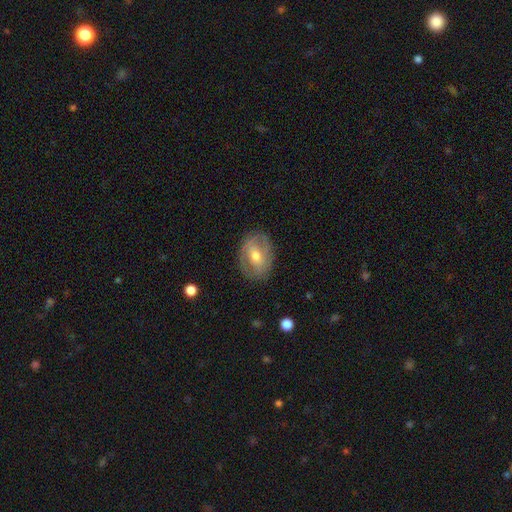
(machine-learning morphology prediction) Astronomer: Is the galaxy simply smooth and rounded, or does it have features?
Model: featured or disk — 56% (runner-up: smooth, 37%).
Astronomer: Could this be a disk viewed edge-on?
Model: no — 93%.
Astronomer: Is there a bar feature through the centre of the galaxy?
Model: weak — 41% (runner-up: no, 31%).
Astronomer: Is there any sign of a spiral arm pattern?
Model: yes — 52% (runner-up: no, 48%).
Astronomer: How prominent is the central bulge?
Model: moderate — 67%.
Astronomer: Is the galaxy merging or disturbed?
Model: none — 79%.